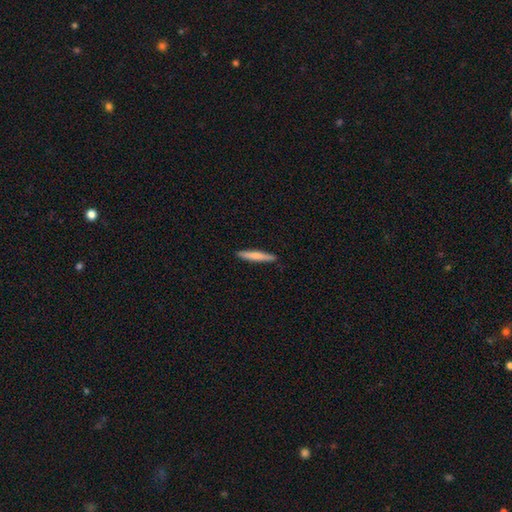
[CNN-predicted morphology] Smooth or featured?
  - smooth: 71% *
  - featured or disk: 24%
  - star or artifact: 5%
How rounded?
  - cigar-shaped: 94% *
  - in between: 5%
  - round: 1%
Merging?
  - none: 91% *
  - minor disturbance: 7%
  - major disturbance: 1%
  - merger: 1%